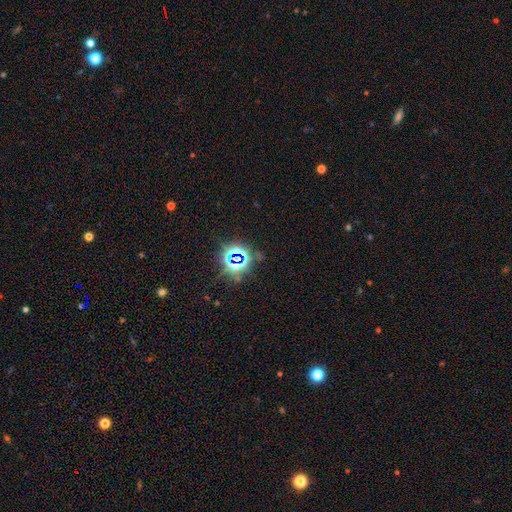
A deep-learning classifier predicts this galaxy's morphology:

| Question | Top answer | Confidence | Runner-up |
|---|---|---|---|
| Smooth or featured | star or artifact | 78% | smooth (13%) |